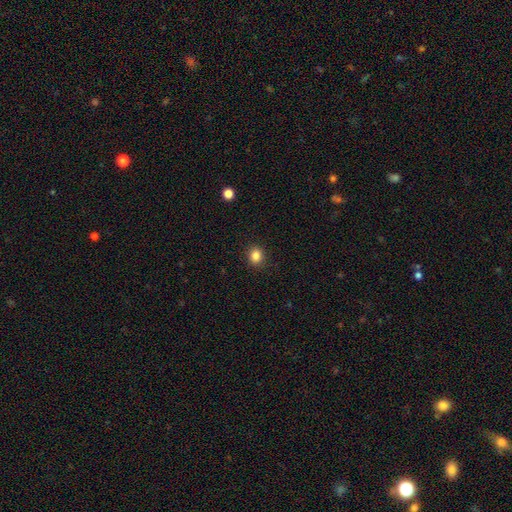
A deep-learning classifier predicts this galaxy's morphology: The model was most divided on "how rounded": round: 72%, in between: 28%, cigar-shaped: 1%. More confident: merging — none (90%); smooth or featured — smooth (85%).